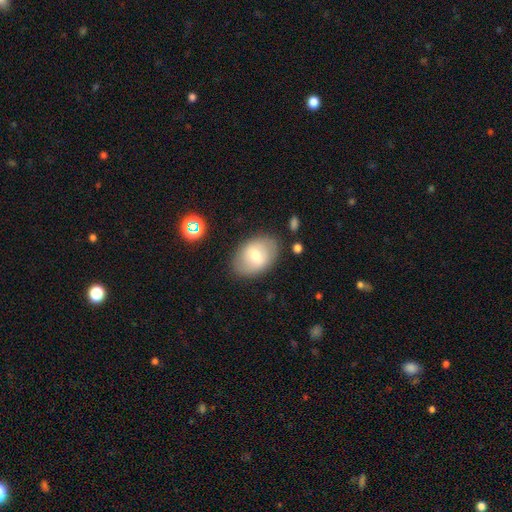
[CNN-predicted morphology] smooth-or-featured: smooth: 60% | featured or disk: 32% | star or artifact: 7%
  how-rounded: in between: 83% | round: 16% | cigar-shaped: 1%
  merging: none: 81% | minor disturbance: 13% | major disturbance: 4% | merger: 2%